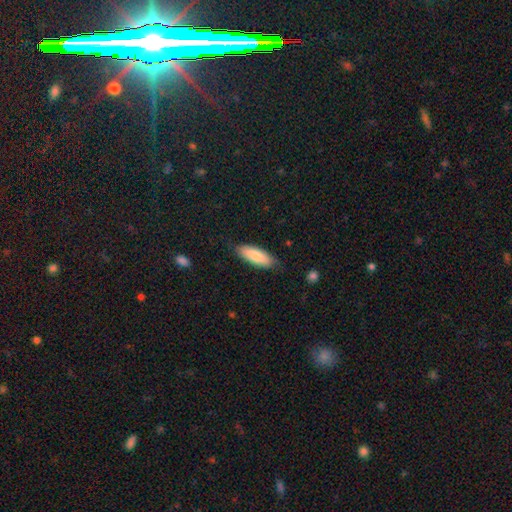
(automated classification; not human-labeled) A smooth galaxy with no disk features (82%) that is in between round and cigar-shaped (68%).

Vote fractions:
- Smooth or featured? smooth: 82% / featured or disk: 12% / star or artifact: 6%
- How rounded? in between: 68% / cigar-shaped: 30% / round: 2%
- Merging? none: 82% / minor disturbance: 14% / major disturbance: 3% / merger: 1%